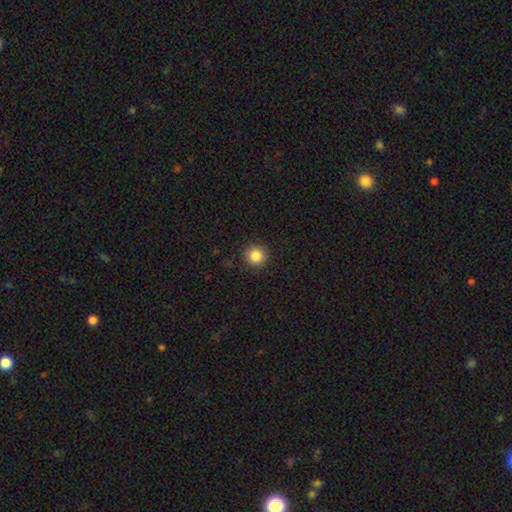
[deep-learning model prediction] Smooth or featured? smooth (86%)
How rounded? round (95%)
Merging? none (91%)